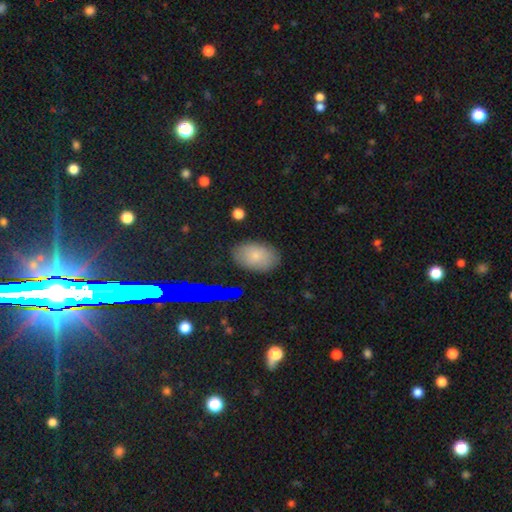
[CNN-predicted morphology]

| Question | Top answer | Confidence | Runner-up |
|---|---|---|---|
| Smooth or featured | smooth | 78% | star or artifact (12%) |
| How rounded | in between | 89% | round (9%) |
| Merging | none | 85% | minor disturbance (11%) |